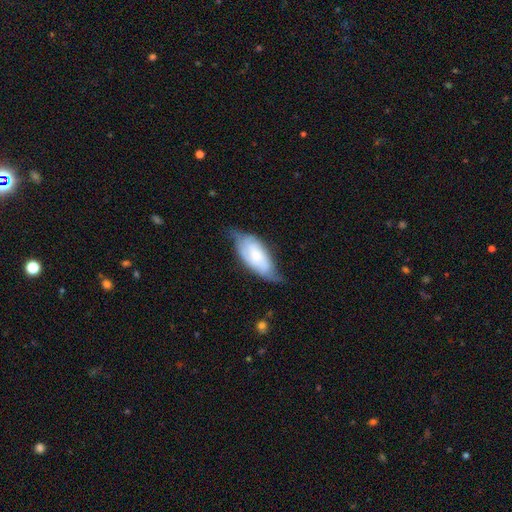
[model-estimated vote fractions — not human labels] Smooth or featured?
  - smooth: 52% *
  - featured or disk: 42%
  - star or artifact: 6%
How rounded?
  - in between: 85% *
  - cigar-shaped: 13%
  - round: 2%
Merging?
  - none: 44% *
  - minor disturbance: 42%
  - major disturbance: 13%
  - merger: 2%